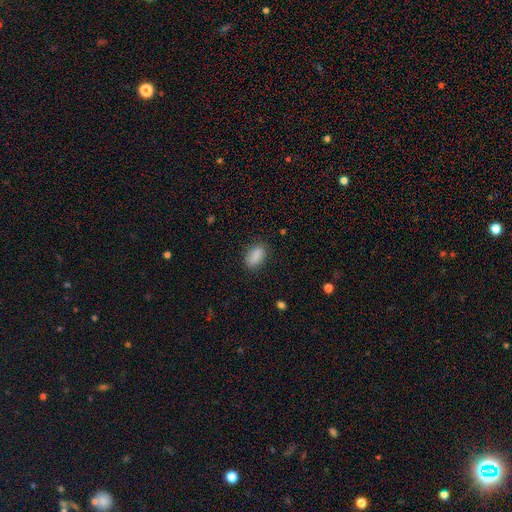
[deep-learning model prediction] smooth 88%, star or artifact 8%, featured or disk 4%. Down the decision tree: how rounded — in between (90%); merging — none (84%).